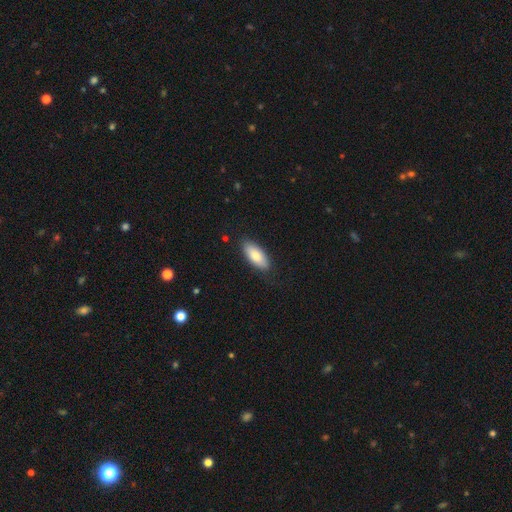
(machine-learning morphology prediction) A smooth galaxy with no disk features (80%) that is in between round and cigar-shaped (84%). Merging: none (83%).